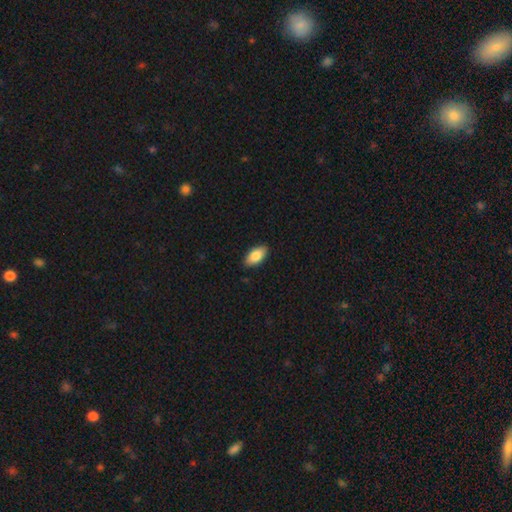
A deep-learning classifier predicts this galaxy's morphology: smooth 85%, featured or disk 9%, star or artifact 6%. Down the decision tree: how rounded — in between (93%); merging — none (89%).